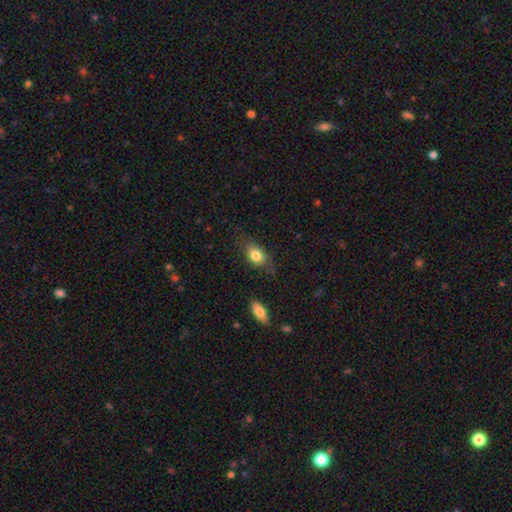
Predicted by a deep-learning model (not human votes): Q: Smooth or featured?
A: smooth (80%); runner-up: featured or disk (12%)
Q: How rounded?
A: in between (79%); runner-up: round (18%)
Q: Merging?
A: none (72%); runner-up: minor disturbance (21%)